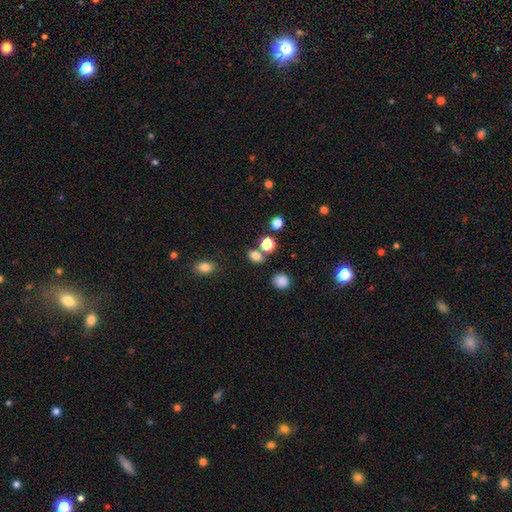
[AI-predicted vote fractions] Overall: smooth (78%). How rounded: in between (56%; round 42%). Merging: none (67%).